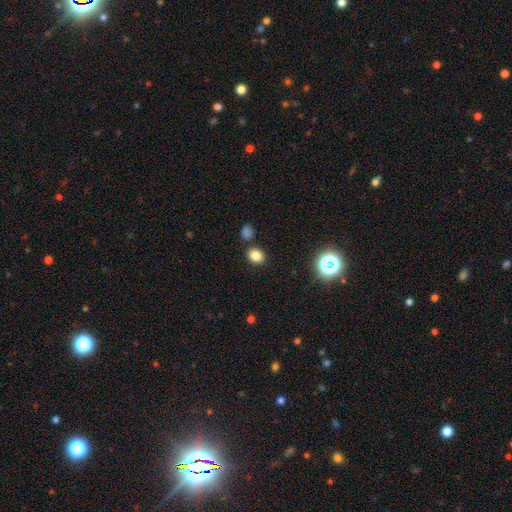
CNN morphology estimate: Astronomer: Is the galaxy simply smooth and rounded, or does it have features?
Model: smooth — 82%.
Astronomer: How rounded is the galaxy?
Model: round — 50% (runner-up: in between, 49%).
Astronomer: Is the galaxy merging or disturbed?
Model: none — 81%.